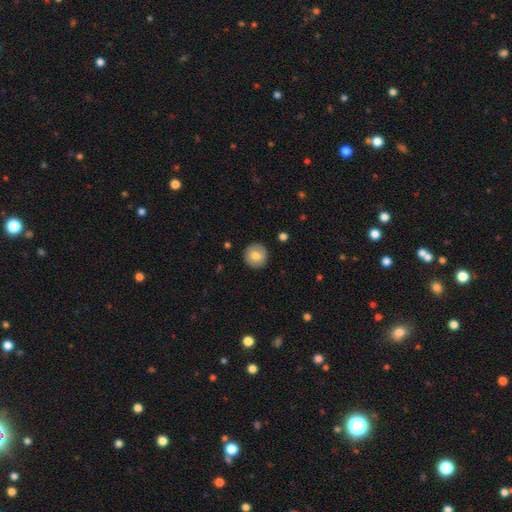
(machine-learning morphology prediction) Smooth or featured? Predicted: smooth (p=0.78). How rounded? Predicted: round (p=0.94). Merging? Predicted: none (p=0.91).